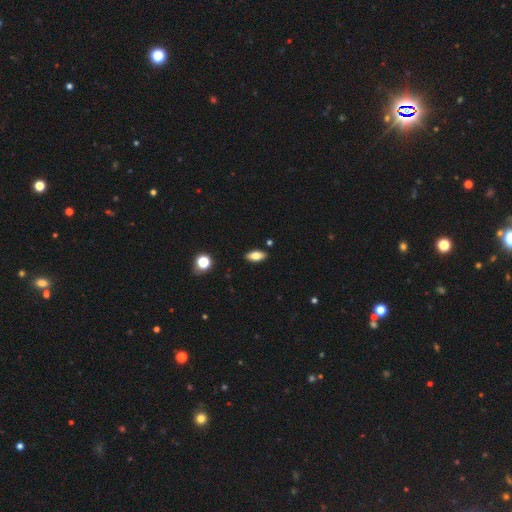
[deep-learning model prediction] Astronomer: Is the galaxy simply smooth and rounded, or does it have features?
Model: smooth — 77%.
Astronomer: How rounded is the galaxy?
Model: in between — 88%.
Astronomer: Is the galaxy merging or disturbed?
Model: none — 87%.